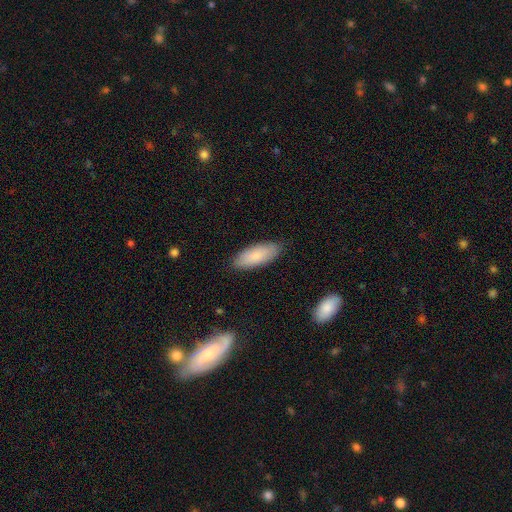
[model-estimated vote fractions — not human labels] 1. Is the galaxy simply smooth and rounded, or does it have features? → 83% smooth, 12% featured or disk, 6% star or artifact.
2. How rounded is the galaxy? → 75% in between, 24% cigar-shaped, 2% round.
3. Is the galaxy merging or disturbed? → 84% none, 13% minor disturbance, 2% major disturbance, 1% merger.